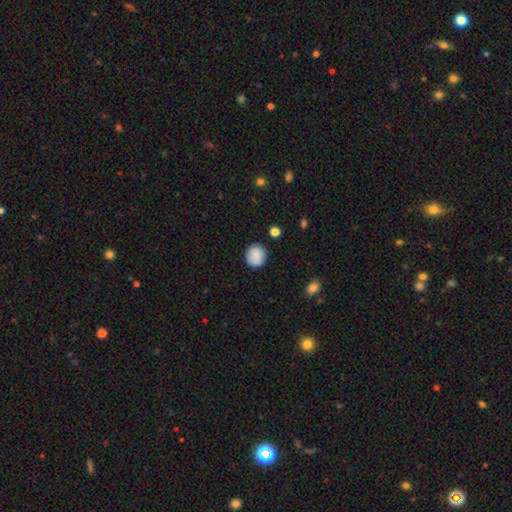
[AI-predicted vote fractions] The model was most divided on "how rounded": round: 87%, in between: 12%, cigar-shaped: 1%. More confident: smooth or featured — smooth (87%); merging — none (86%).